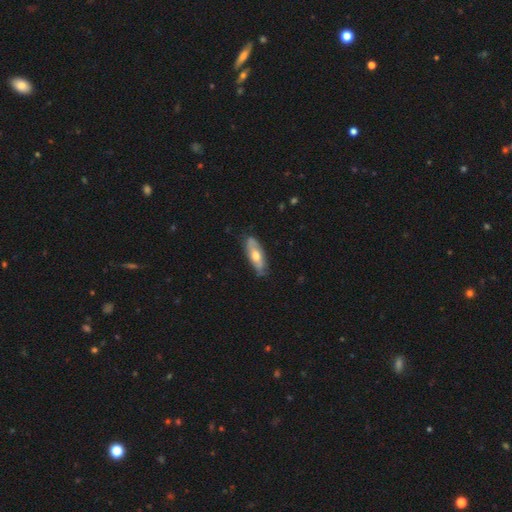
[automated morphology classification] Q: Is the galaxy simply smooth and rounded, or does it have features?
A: featured or disk — 48%.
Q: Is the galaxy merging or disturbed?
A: none — 77%.